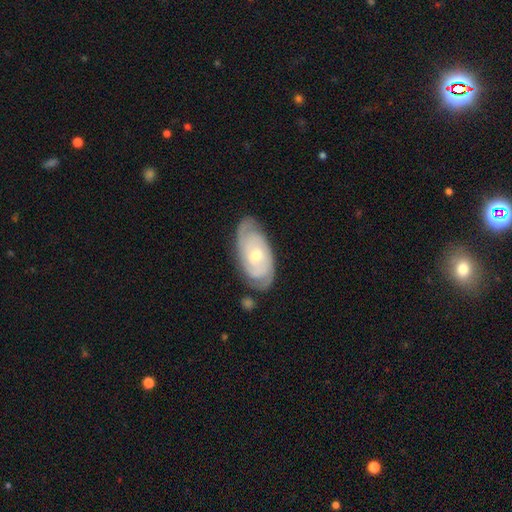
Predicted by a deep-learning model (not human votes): Q: Smooth or featured?
A: featured or disk (78%); runner-up: smooth (17%)
Q: Edge-on disk?
A: no (94%); runner-up: yes (6%)
Q: Bar?
A: no (66%); runner-up: weak (28%)
Q: Spiral arms?
A: yes (93%); runner-up: no (7%)
Q: Spiral winding?
A: tight (70%); runner-up: medium (24%)
Q: Spiral arm count?
A: 2 (49%); runner-up: can't tell (27%)
Q: Bulge size?
A: moderate (59%); runner-up: small (37%)
Q: Merging?
A: none (75%); runner-up: minor disturbance (18%)